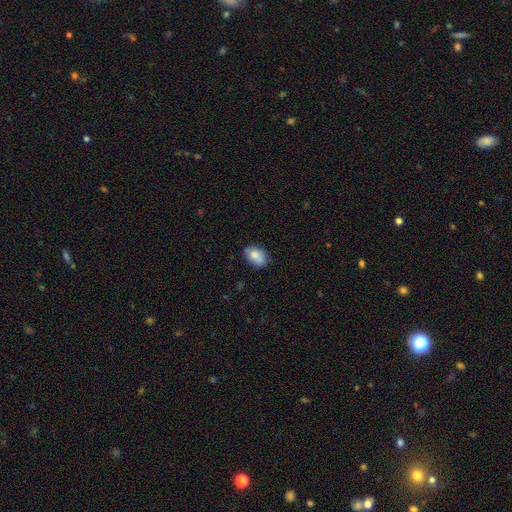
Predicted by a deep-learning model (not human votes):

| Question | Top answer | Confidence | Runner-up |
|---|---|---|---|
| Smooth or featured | smooth | 77% | featured or disk (15%) |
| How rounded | in between | 83% | round (16%) |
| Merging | none | 62% | minor disturbance (23%) |